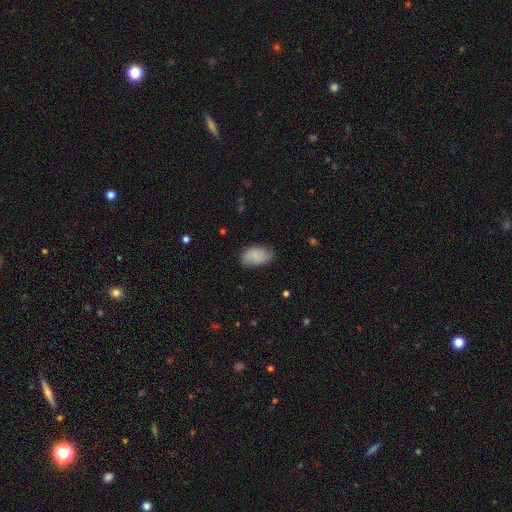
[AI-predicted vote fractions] smooth 80%, featured or disk 13%, star or artifact 7%. Down the decision tree: how rounded — in between (92%); merging — none (71%).